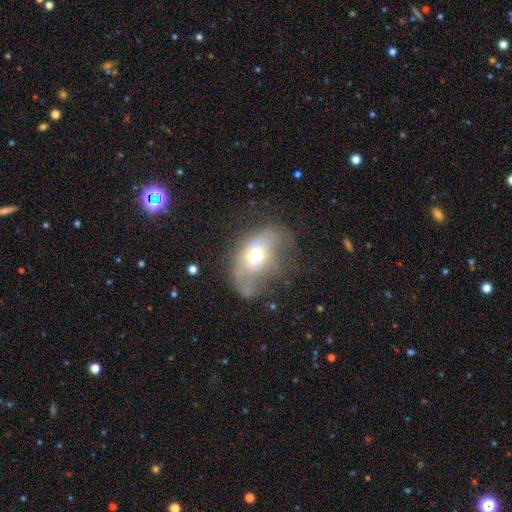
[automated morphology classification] smooth-or-featured: smooth: 52% | featured or disk: 37% | star or artifact: 11%
  how-rounded: in between: 77% | round: 21% | cigar-shaped: 2%
  merging: major disturbance: 44% | minor disturbance: 26% | none: 25% | merger: 4%